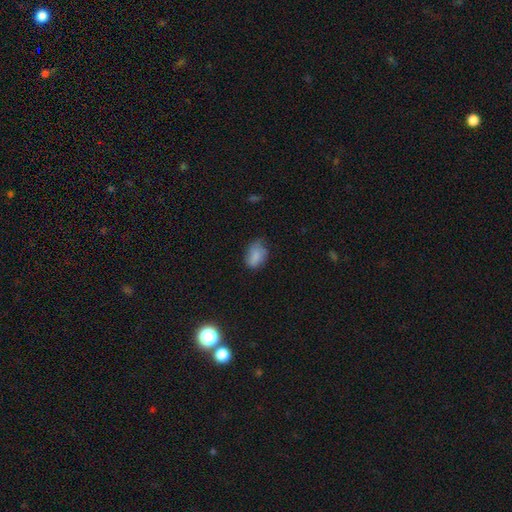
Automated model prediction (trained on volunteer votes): smooth 78%, featured or disk 14%, star or artifact 9%. Down the decision tree: how rounded — in between (83%); merging — none (49%).